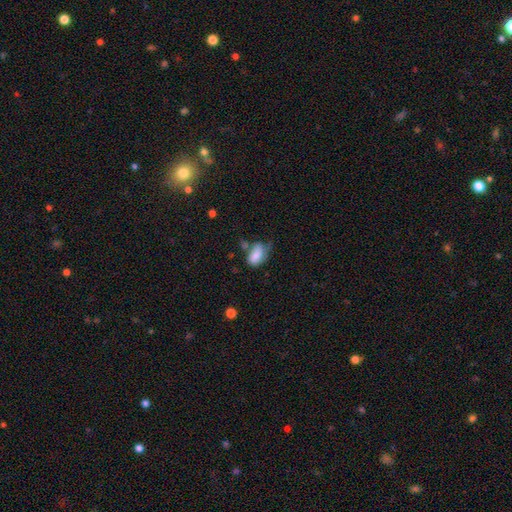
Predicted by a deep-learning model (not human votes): smooth_or_featured: smooth (p=0.77) [alt: featured or disk p=0.14]
how_rounded: in between (p=0.90) [alt: round p=0.08]
merging: minor disturbance (p=0.35) [alt: none p=0.33]